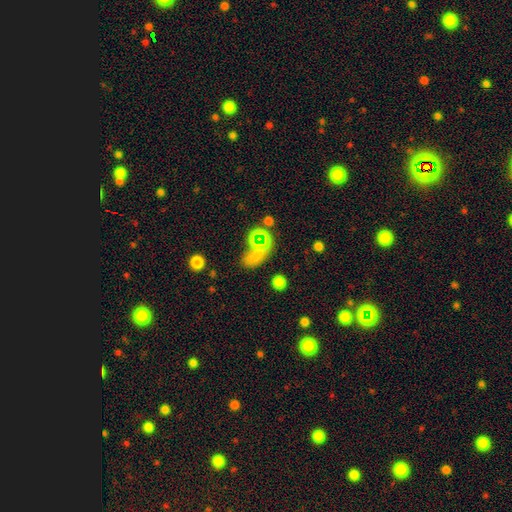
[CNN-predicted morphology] type=smooth (51%); roundness=in between (65%); merging=none (49%).